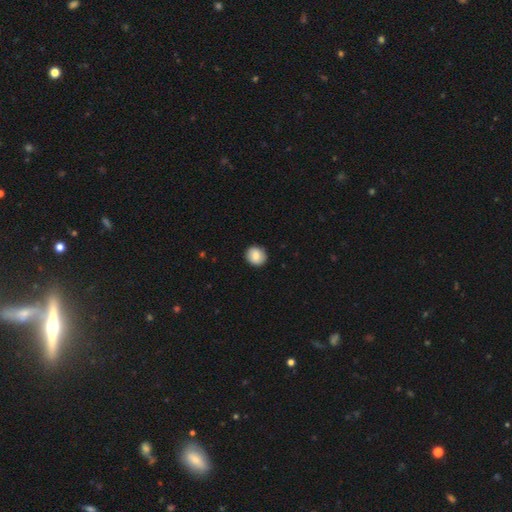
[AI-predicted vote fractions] Q: Smooth or featured?
A: smooth (81%); runner-up: featured or disk (11%)
Q: How rounded?
A: round (84%); runner-up: in between (15%)
Q: Merging?
A: none (90%); runner-up: minor disturbance (7%)